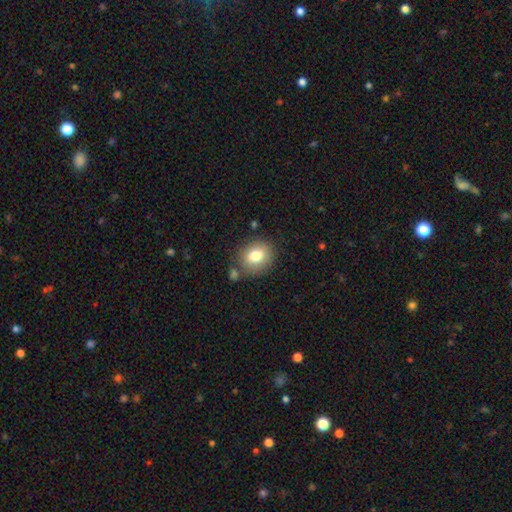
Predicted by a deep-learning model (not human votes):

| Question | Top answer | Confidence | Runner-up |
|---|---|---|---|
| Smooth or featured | smooth | 79% | featured or disk (12%) |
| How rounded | round | 57% | in between (42%) |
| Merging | none | 76% | minor disturbance (13%) |